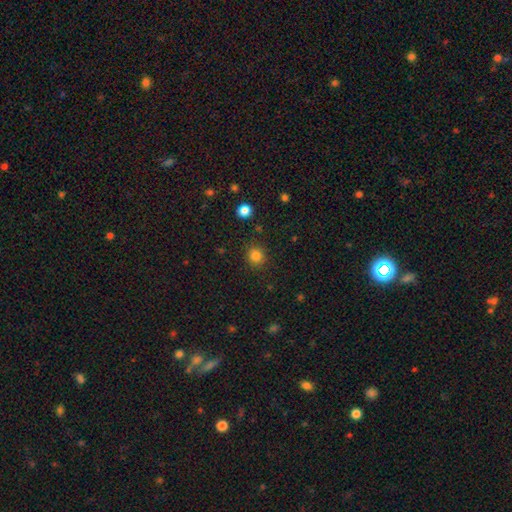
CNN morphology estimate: A smooth galaxy with no disk features (84%) that is round (89%).

Vote fractions:
- Smooth or featured? smooth: 84% / star or artifact: 12% / featured or disk: 4%
- How rounded? round: 89% / in between: 11% / cigar-shaped: 1%
- Merging? none: 88% / minor disturbance: 8% / major disturbance: 3% / merger: 2%